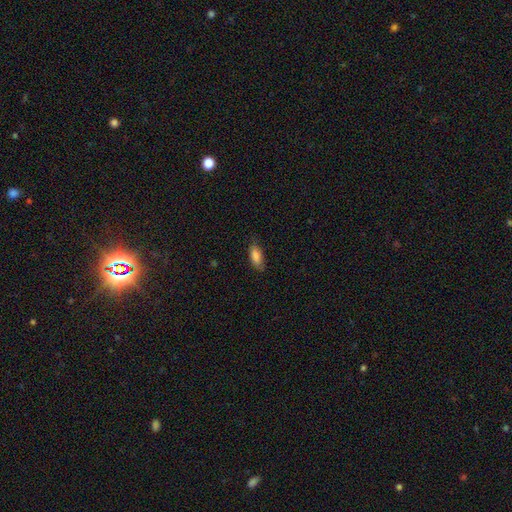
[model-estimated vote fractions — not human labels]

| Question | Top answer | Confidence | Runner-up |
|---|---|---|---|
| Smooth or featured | smooth | 85% | featured or disk (8%) |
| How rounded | in between | 83% | cigar-shaped (15%) |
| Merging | none | 78% | minor disturbance (18%) |